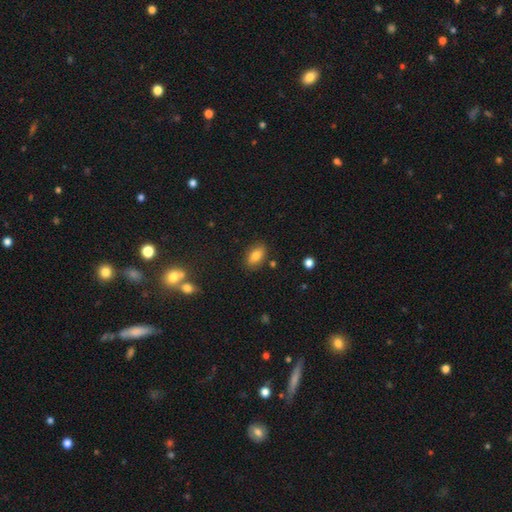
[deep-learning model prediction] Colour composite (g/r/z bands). It shows a smooth galaxy with no disk features (79%) that is in between round and cigar-shaped (88%). Merging: none (84%).